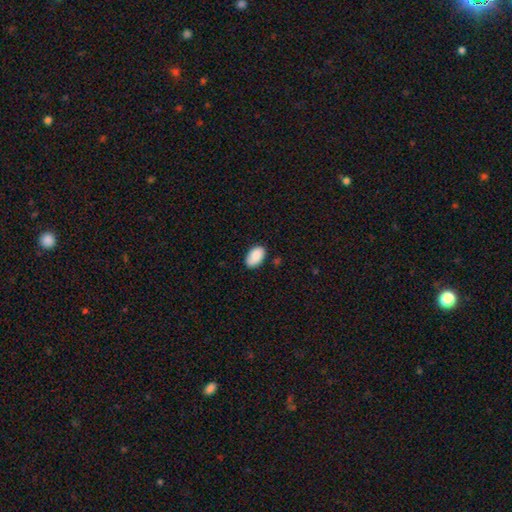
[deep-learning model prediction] Overall: smooth (86%). How rounded: in between (92%). Merging: none (77%).